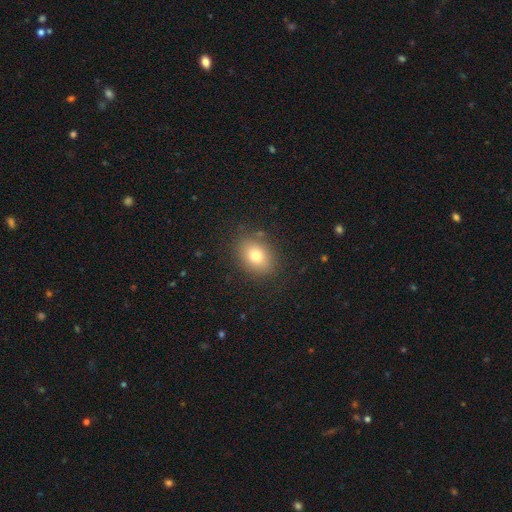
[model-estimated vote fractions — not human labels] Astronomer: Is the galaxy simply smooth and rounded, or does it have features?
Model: smooth — 77%.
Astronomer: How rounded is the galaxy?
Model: in between — 66%.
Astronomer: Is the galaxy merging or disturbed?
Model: none — 85%.